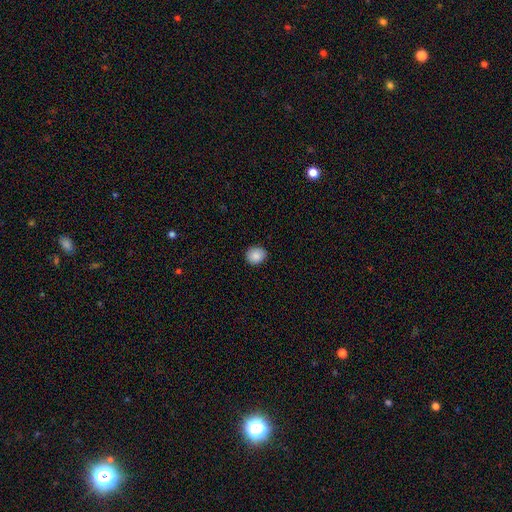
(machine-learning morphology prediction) Smooth or featured? Predicted: smooth (p=0.88). How rounded? Predicted: round (p=0.77). Merging? Predicted: none (p=0.89).